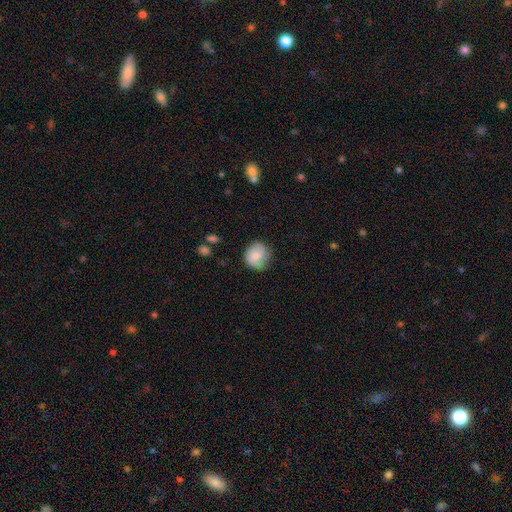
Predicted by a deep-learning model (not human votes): Morphology: type=smooth (77%); roundness=round (83%); merging=none (70%).